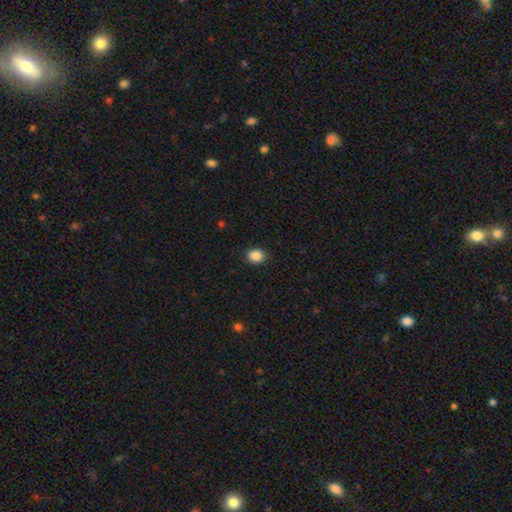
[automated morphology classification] A smooth galaxy with no disk features (87%) that is round (60%).

Vote fractions:
- Smooth or featured? smooth: 87% / star or artifact: 9% / featured or disk: 4%
- How rounded? round: 60% / in between: 39% / cigar-shaped: 1%
- Merging? none: 90% / minor disturbance: 7% / major disturbance: 2% / merger: 1%